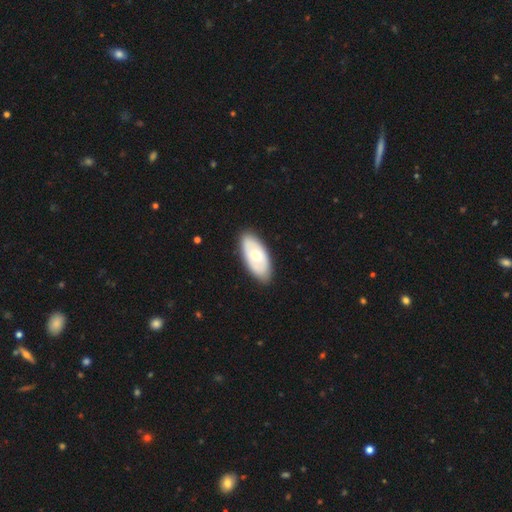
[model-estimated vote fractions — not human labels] smooth 51%, featured or disk 45%, star or artifact 5%. Down the decision tree: how rounded — in between (92%); merging — none (85%).